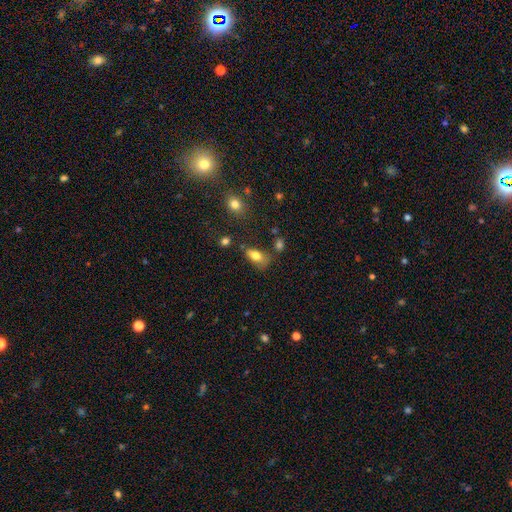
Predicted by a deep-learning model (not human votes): A smooth galaxy with no disk features (79%) that is in between round and cigar-shaped (88%).

Vote fractions:
- Smooth or featured? smooth: 79% / featured or disk: 12% / star or artifact: 9%
- How rounded? in between: 88% / round: 8% / cigar-shaped: 5%
- Merging? none: 51% / minor disturbance: 28% / major disturbance: 11% / merger: 10%